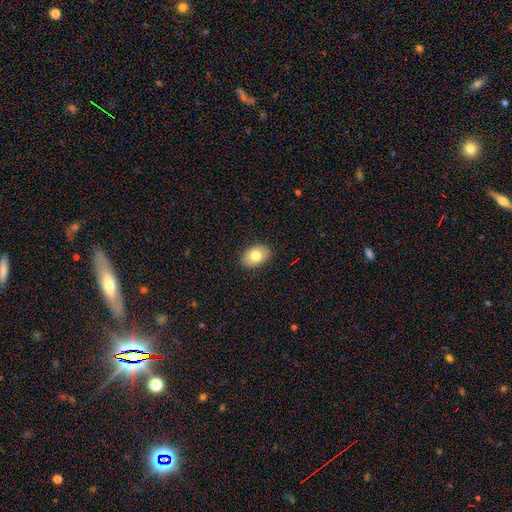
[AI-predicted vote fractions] A smooth galaxy with no disk features (79%) that is in between round and cigar-shaped (83%). Merging: none (89%).